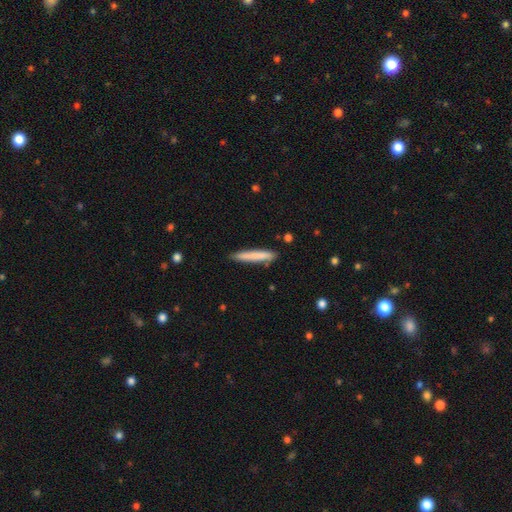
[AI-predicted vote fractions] smooth_or_featured: smooth (p=0.76) [alt: featured or disk p=0.19]
how_rounded: cigar-shaped (p=0.95) [alt: in between p=0.04]
merging: none (p=0.86) [alt: minor disturbance p=0.11]